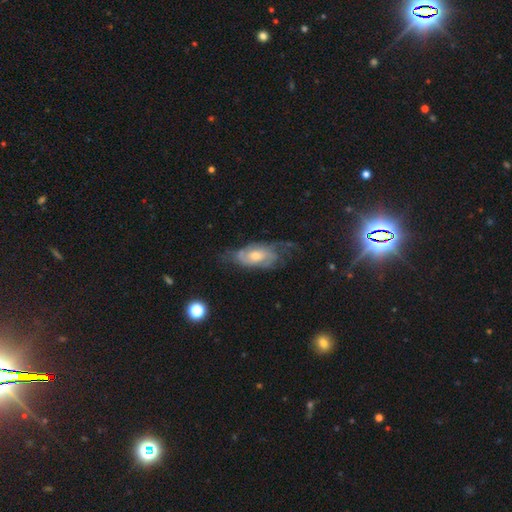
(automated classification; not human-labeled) A featured or disk galaxy (73%) with no bar (65%), 2 (41%) tight (45%) spiral arms (88%) and a moderate central bulge (62%). Merging: none (53%).